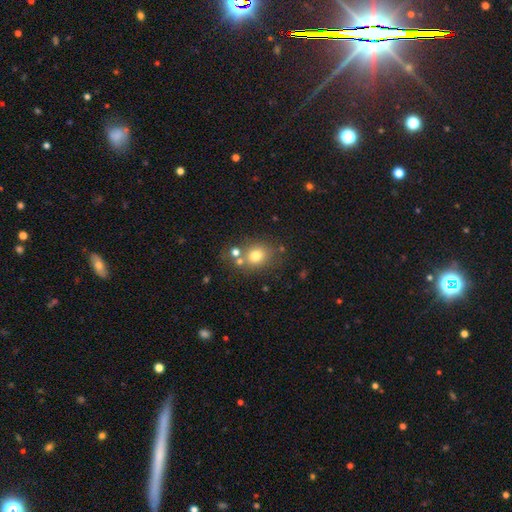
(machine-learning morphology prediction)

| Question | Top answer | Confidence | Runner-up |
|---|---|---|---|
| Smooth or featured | smooth | 75% | star or artifact (14%) |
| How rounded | round | 69% | in between (30%) |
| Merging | none | 67% | merger (16%) |